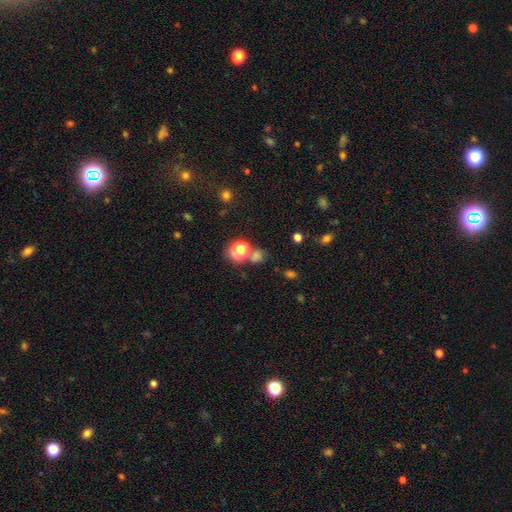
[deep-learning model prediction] This is possibly a smooth galaxy (57%). How rounded: likely round (72%). Merging: likely none (60%).